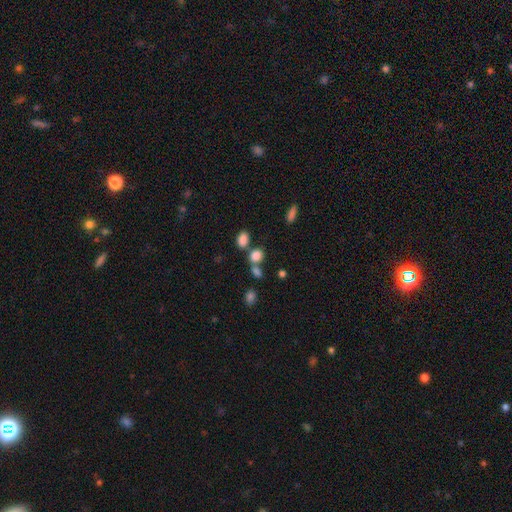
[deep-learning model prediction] A smooth galaxy with no disk features (82%) that is in between round and cigar-shaped (50%).

Vote fractions:
- Smooth or featured? smooth: 82% / star or artifact: 12% / featured or disk: 6%
- How rounded? in between: 50% / round: 48% / cigar-shaped: 2%
- Merging? none: 50% / merger: 34% / minor disturbance: 11% / major disturbance: 5%